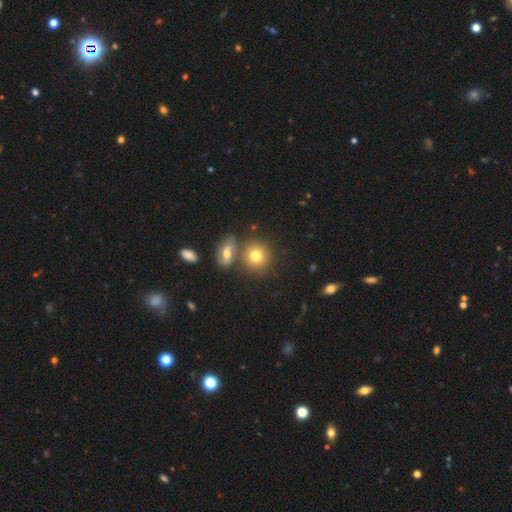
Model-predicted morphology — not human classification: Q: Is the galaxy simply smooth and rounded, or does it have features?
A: smooth — 76%.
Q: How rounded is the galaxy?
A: round — 81%.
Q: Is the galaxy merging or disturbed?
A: none — 67%.